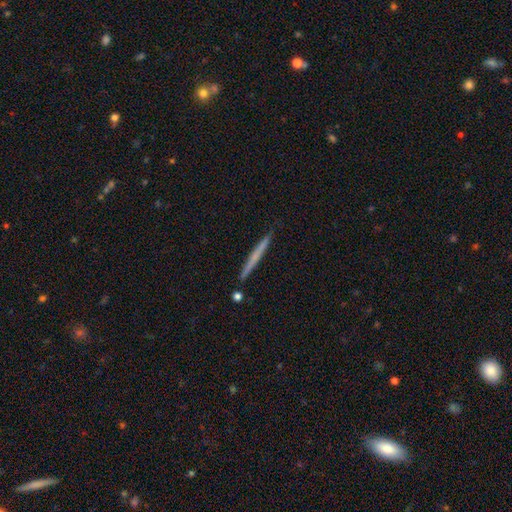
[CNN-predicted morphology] Smooth or featured? smooth (53%)
How rounded? cigar-shaped (97%)
Merging? none (90%)